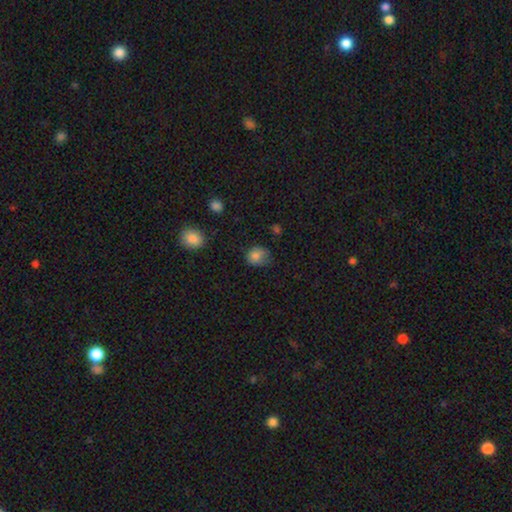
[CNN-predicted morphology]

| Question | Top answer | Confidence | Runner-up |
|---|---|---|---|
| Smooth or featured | smooth | 82% | star or artifact (11%) |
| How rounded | round | 66% | in between (33%) |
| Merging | none | 56% | minor disturbance (33%) |